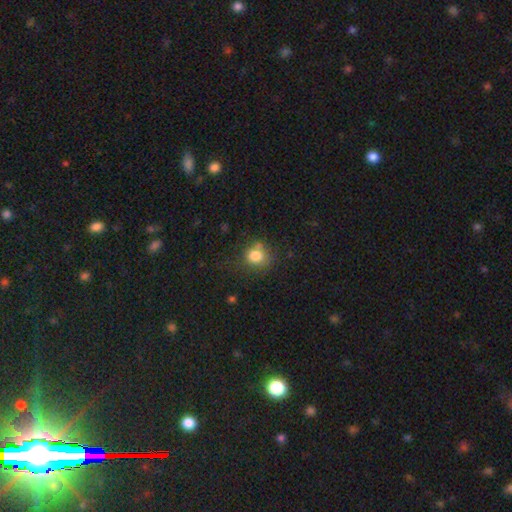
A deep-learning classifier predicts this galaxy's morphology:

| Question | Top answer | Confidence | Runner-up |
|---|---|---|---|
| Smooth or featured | smooth | 80% | star or artifact (11%) |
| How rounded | round | 75% | in between (24%) |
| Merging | none | 61% | minor disturbance (20%) |